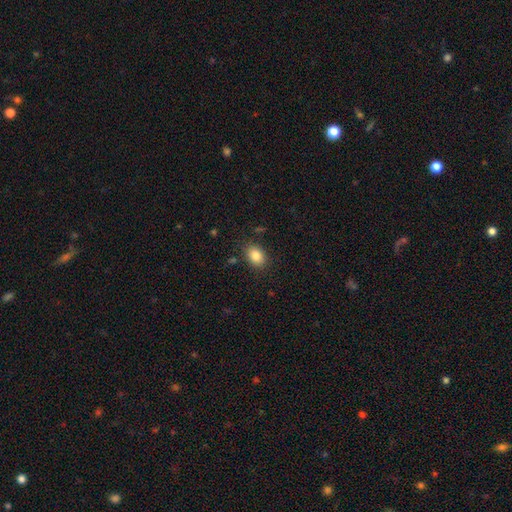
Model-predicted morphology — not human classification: Smooth or featured? smooth (84%)
How rounded? in between (75%)
Merging? none (85%)